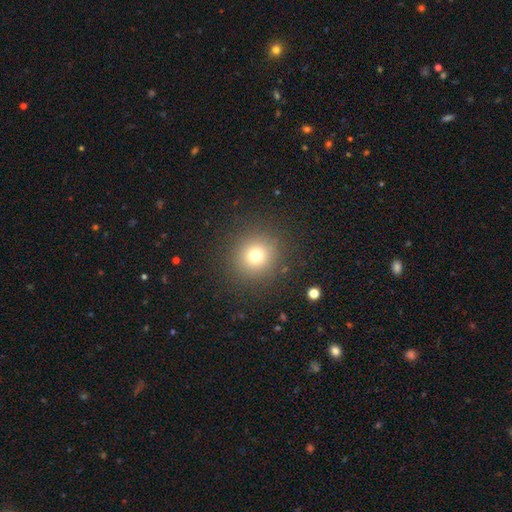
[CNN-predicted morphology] smooth_or_featured: smooth (p=0.73) [alt: star or artifact p=0.17]
how_rounded: round (p=0.92) [alt: in between p=0.07]
merging: none (p=0.88) [alt: minor disturbance p=0.07]